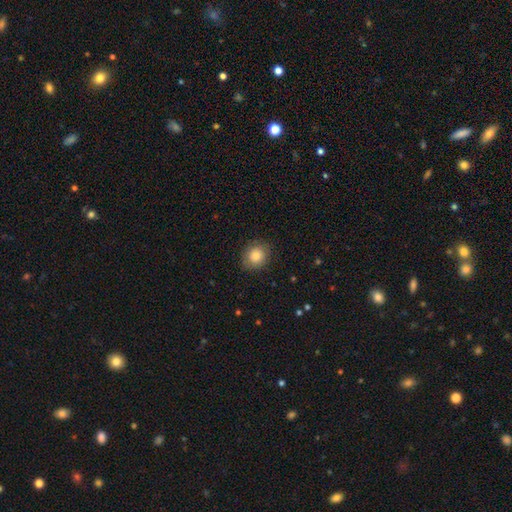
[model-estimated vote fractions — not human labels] A smooth galaxy with no disk features (83%) that is round (73%). Merging: none (84%).